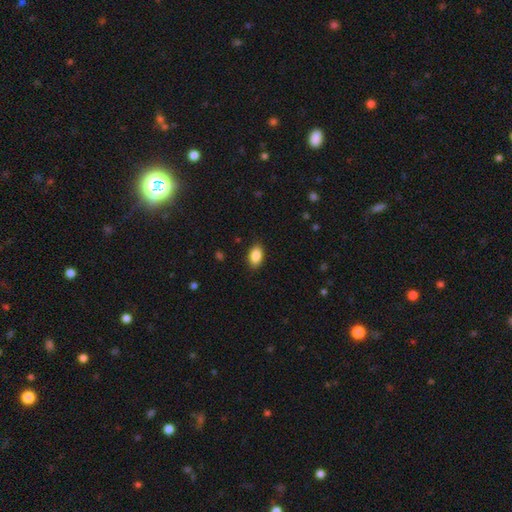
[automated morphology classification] Smooth or featured? smooth (87%)
How rounded? in between (89%)
Merging? none (87%)